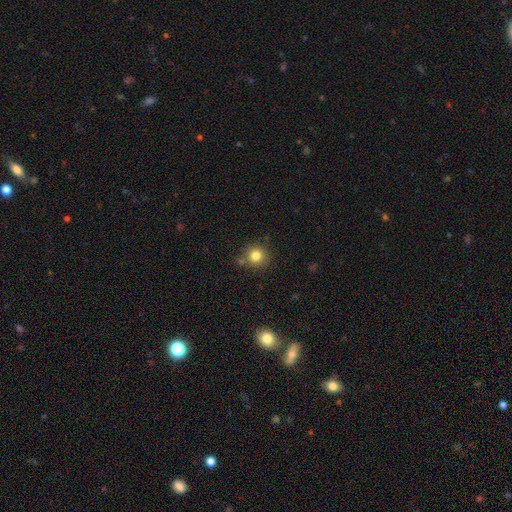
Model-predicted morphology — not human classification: Smooth or featured? Predicted: smooth (p=0.80). How rounded? Predicted: round (p=0.92). Merging? Predicted: none (p=0.78).